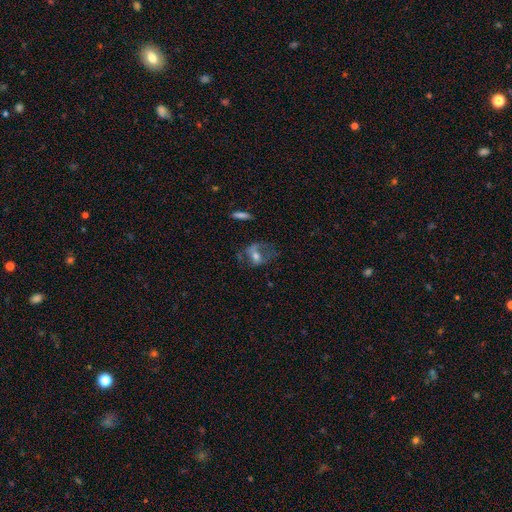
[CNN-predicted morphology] Smooth or featured?
  - smooth: 45% *
  - featured or disk: 43%
  - star or artifact: 12%
Merging?
  - major disturbance: 42% *
  - none: 31%
  - minor disturbance: 20%
  - merger: 6%